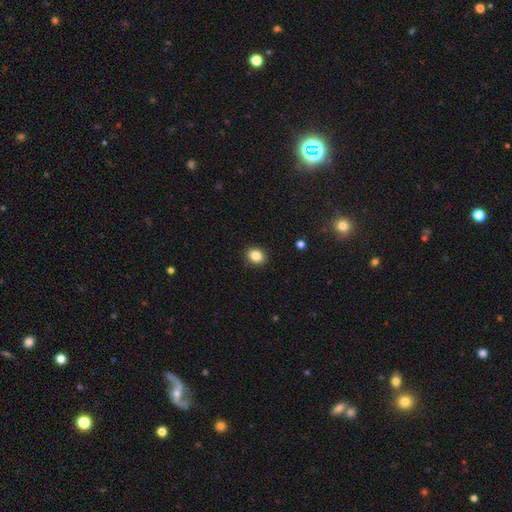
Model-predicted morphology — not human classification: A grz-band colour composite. It shows a smooth galaxy with no disk features (85%) that is round (58%). Merging: none (90%).